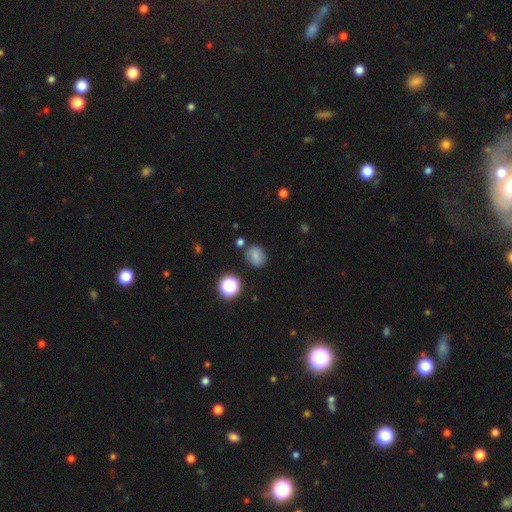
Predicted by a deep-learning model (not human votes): Smooth or featured: smooth — 77% (star or artifact — 15%)
How rounded: round — 58% (in between — 41%)
Merging: none — 76% (minor disturbance — 14%)